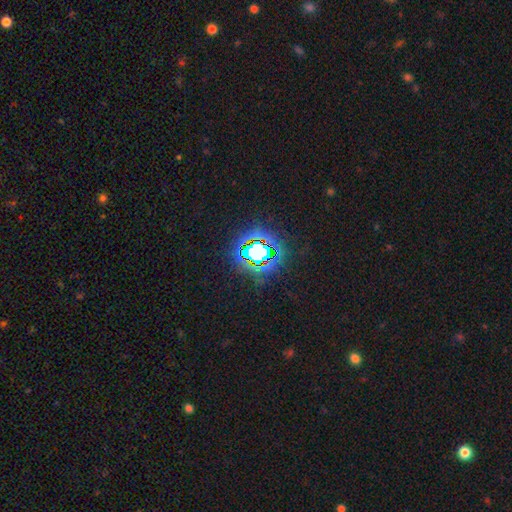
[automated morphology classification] The model was most divided on "smooth or featured": star or artifact: 69%, smooth: 19%, featured or disk: 12%.